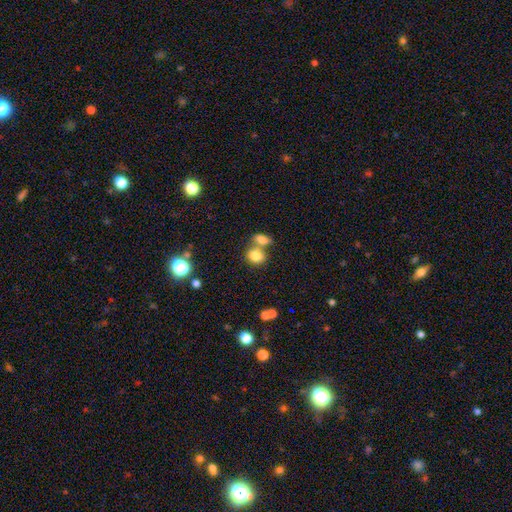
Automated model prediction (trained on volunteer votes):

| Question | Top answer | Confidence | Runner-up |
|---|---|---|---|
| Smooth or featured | smooth | 80% | star or artifact (10%) |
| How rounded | round | 54% | in between (45%) |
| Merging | none | 44% | tied: merger (44%) |